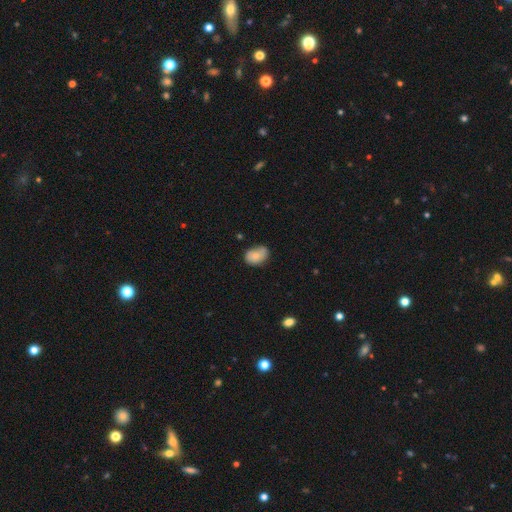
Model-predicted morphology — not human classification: smooth-or-featured: smooth: 76% | featured or disk: 16% | star or artifact: 8%
  how-rounded: in between: 78% | round: 21% | cigar-shaped: 1%
  merging: none: 56% | minor disturbance: 33% | major disturbance: 7% | merger: 4%